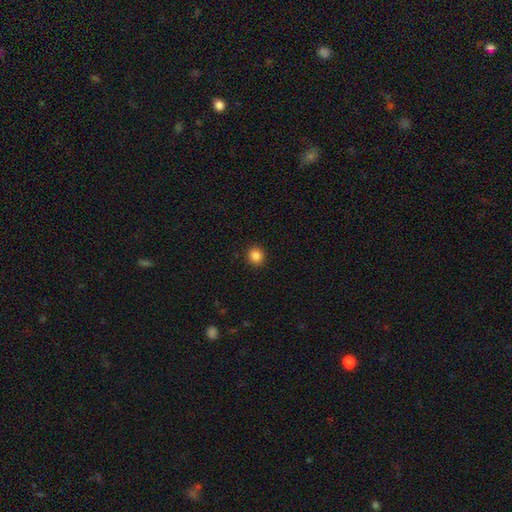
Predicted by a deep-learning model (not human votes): smooth_or_featured: smooth (p=0.86) [alt: star or artifact p=0.11]
how_rounded: round (p=0.90) [alt: in between p=0.09]
merging: none (p=0.92) [alt: minor disturbance p=0.05]